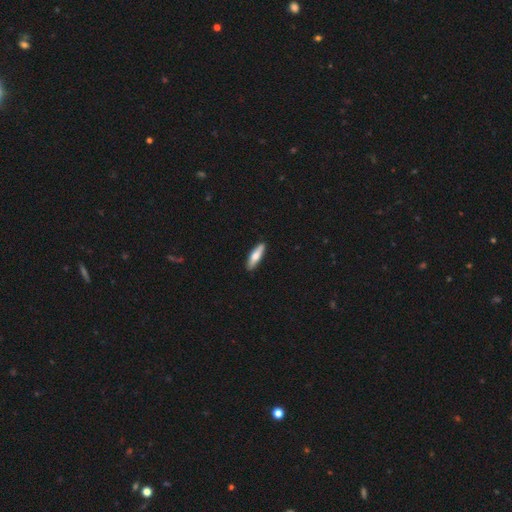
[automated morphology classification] type=smooth (68%); roundness=cigar-shaped (69%); merging=none (89%).